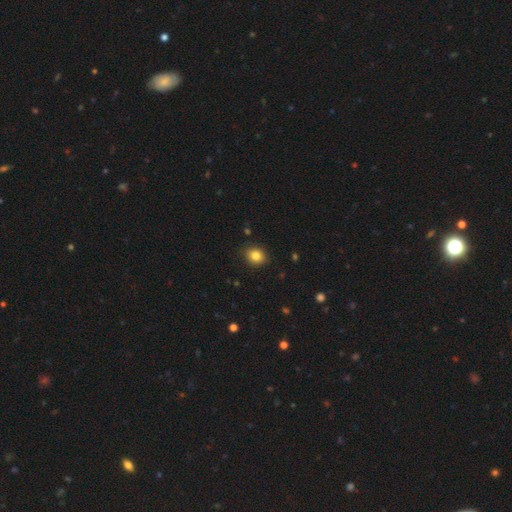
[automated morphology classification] Smooth or featured? smooth (84%)
How rounded? round (62%)
Merging? none (88%)